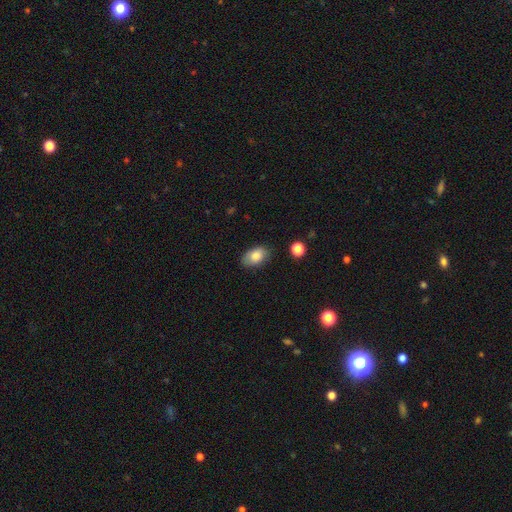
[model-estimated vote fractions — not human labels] Smooth or featured? Predicted: smooth (p=0.81). How rounded? Predicted: in between (p=0.90). Merging? Predicted: none (p=0.81).